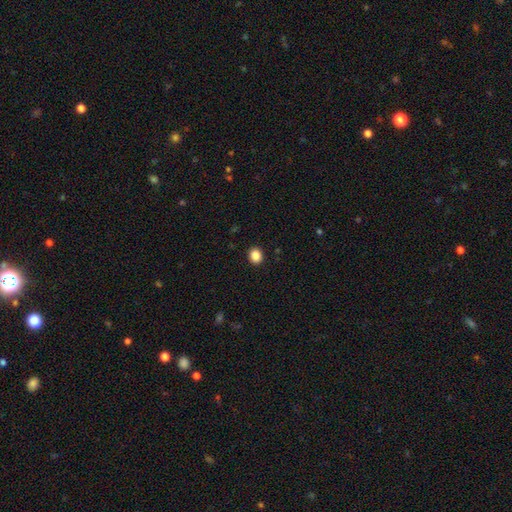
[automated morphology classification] Smooth or featured? smooth (87%)
How rounded? round (74%)
Merging? none (92%)